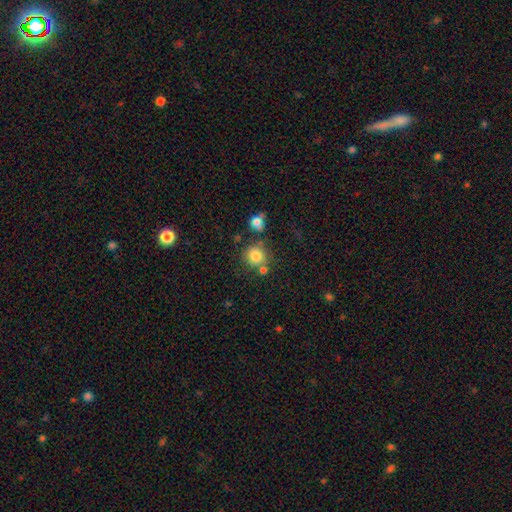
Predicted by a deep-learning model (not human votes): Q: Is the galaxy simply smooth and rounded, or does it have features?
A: smooth — 81%.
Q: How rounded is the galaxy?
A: round — 87%.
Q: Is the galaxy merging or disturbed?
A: none — 64%.